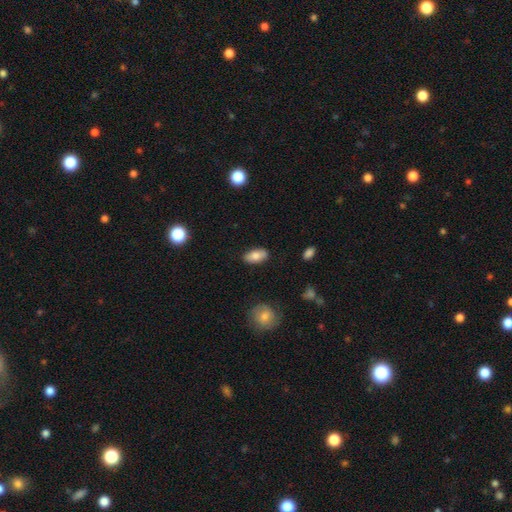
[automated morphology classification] Overall: smooth (79%). How rounded: in between (92%). Merging: none (86%).